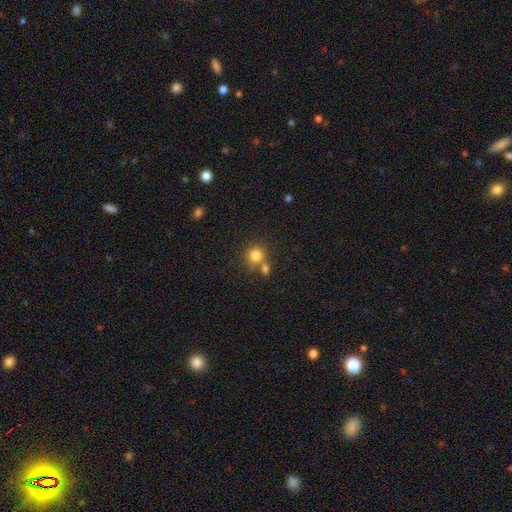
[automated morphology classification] smooth 81%, star or artifact 12%, featured or disk 7%. Down the decision tree: how rounded — round (88%); merging — none (58%).